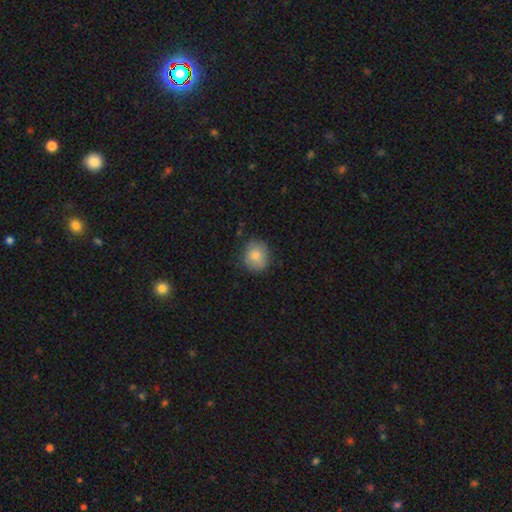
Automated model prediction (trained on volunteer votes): This is clearly a smooth galaxy (81%). How rounded: likely round (80%). Merging: clearly none (80%).